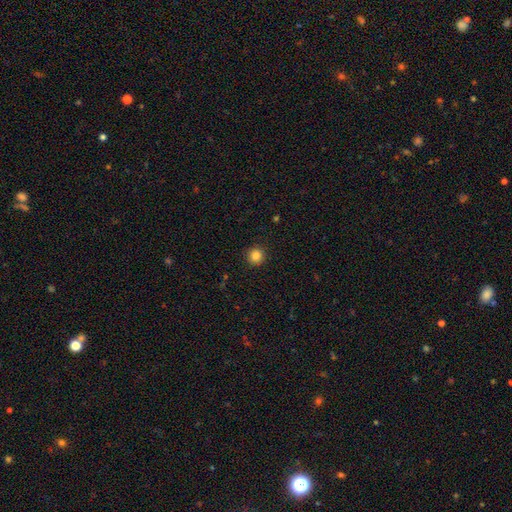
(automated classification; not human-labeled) smooth 85%, star or artifact 11%, featured or disk 4%. Down the decision tree: how rounded — round (95%); merging — none (92%).